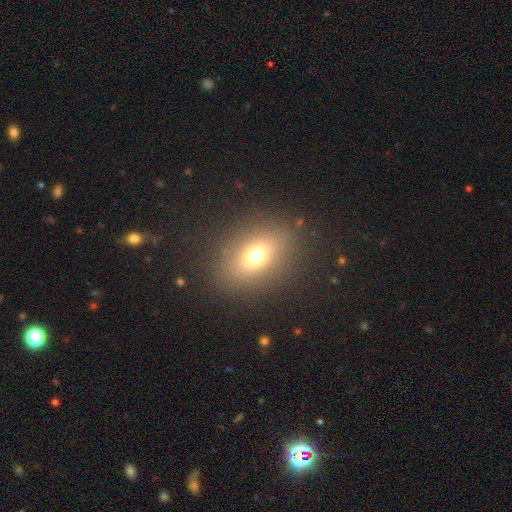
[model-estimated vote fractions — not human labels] Overall: smooth (69%). How rounded: in between (63%; round 35%). Merging: none (85%).